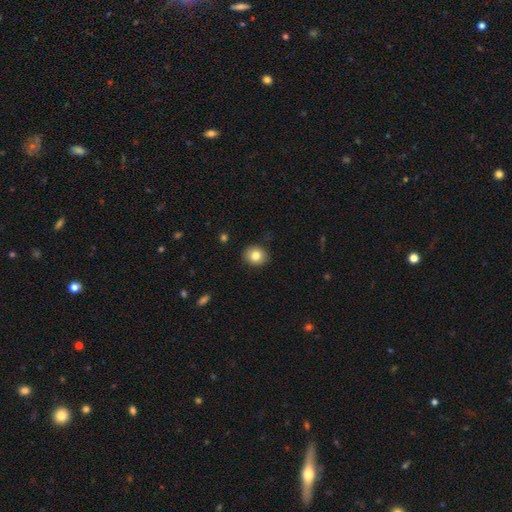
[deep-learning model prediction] This is clearly a smooth galaxy (82%). How rounded: likely round (73%). Merging: clearly none (90%).